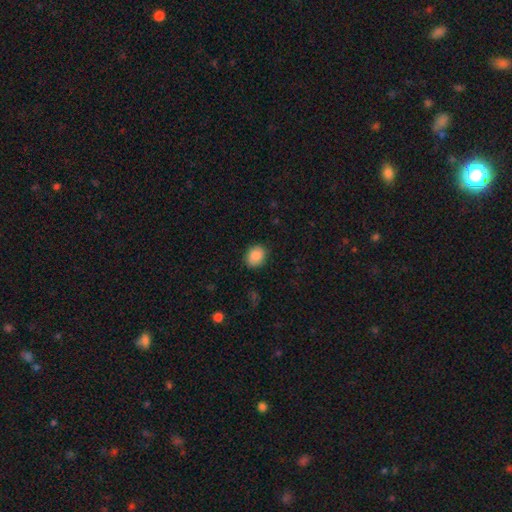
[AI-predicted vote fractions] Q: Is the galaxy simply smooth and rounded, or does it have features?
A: smooth — 88%.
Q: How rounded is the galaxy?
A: round — 54%.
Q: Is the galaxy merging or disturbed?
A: none — 88%.